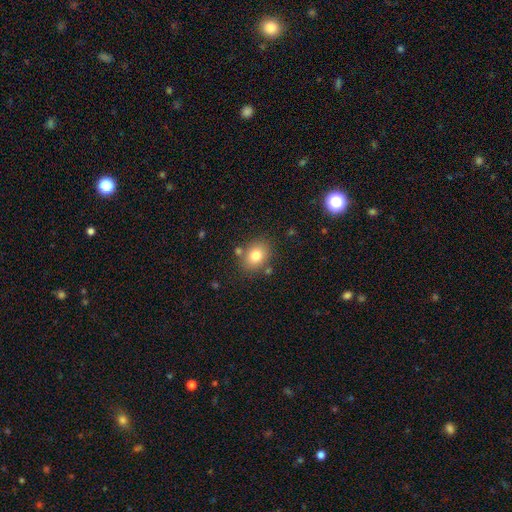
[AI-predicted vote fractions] This appears to be a smooth galaxy with no disk features (79%) that is in between round and cigar-shaped (50%). Merging: none (77%).